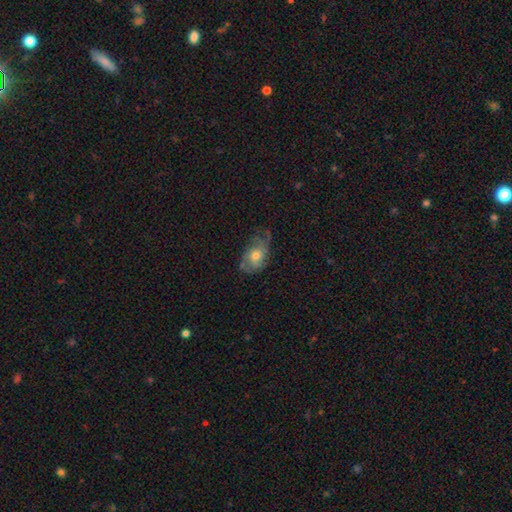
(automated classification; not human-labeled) smooth_or_featured: featured or disk (p=0.66) [alt: smooth p=0.26]
disk_edge_on: no (p=0.95) [alt: yes p=0.05]
bar: no (p=0.78) [alt: weak p=0.19]
has_spiral_arms: yes (p=0.85) [alt: no p=0.15]
spiral_winding: medium (p=0.40) [alt: tight p=0.37]
spiral_arm_count: can't tell (p=0.36) [alt: 2 p=0.23]
bulge_size: moderate (p=0.69) [alt: small p=0.20]
merging: none (p=0.55) [alt: minor disturbance p=0.27]